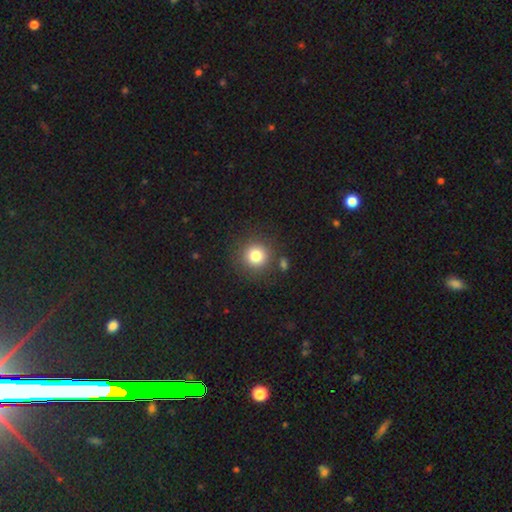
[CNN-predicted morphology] This is clearly a smooth galaxy (80%). How rounded: clearly round (94%). Merging: clearly none (84%).